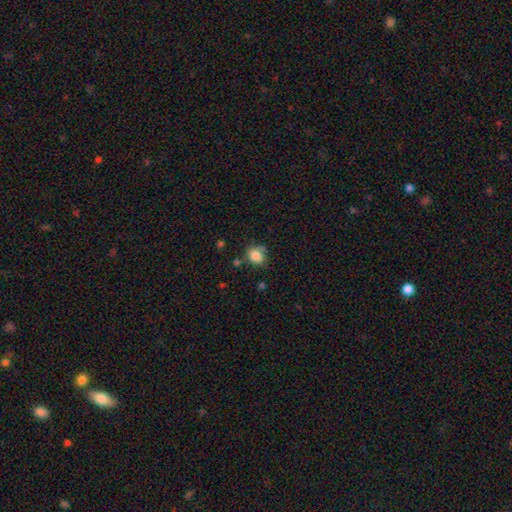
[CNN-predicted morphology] smooth_or_featured: smooth (p=0.82) [alt: star or artifact p=0.10]
how_rounded: round (p=0.61) [alt: in between p=0.38]
merging: none (p=0.63) [alt: minor disturbance p=0.22]